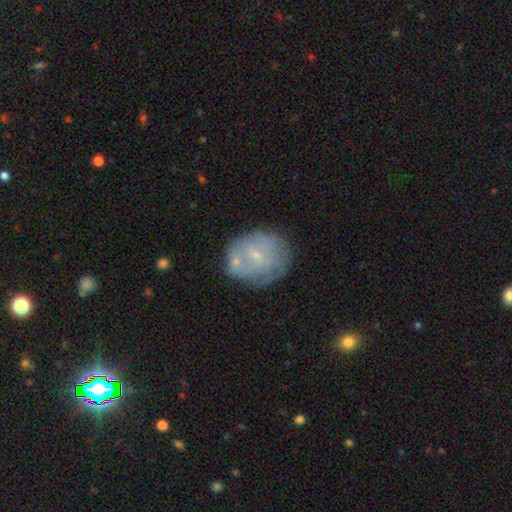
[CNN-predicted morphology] The model was most divided on "smooth or featured": featured or disk: 50%, smooth: 41%, star or artifact: 9%. More confident: merging — none (55%).